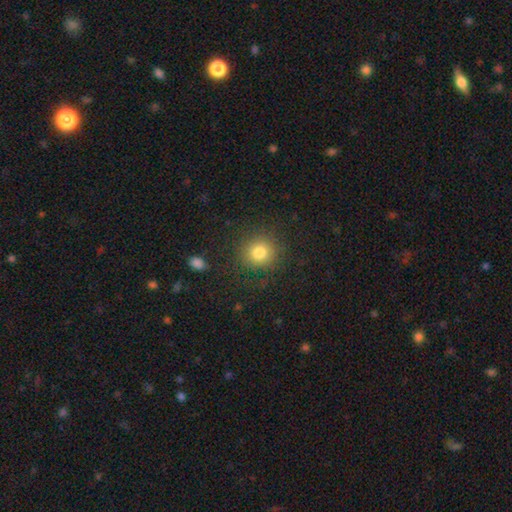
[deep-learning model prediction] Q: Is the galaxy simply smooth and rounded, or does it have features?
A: smooth — 80%.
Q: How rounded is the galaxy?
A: round — 90%.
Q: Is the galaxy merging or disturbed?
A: none — 88%.